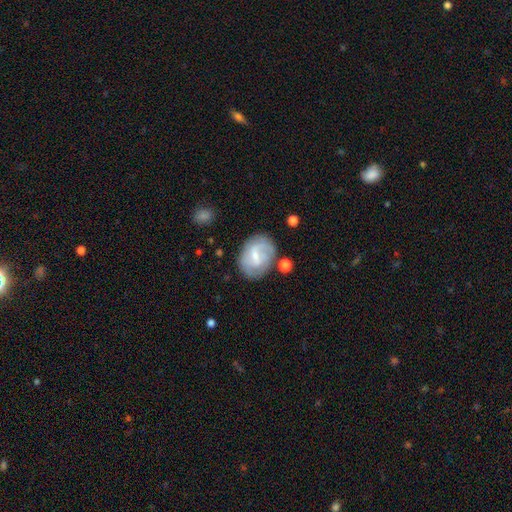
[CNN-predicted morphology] Smooth or featured? featured or disk (57%)
Edge-on disk? no (97%)
Bar? weak (57%)
Spiral arms? yes (72%)
Bulge size? small (55%)
Merging? none (67%)